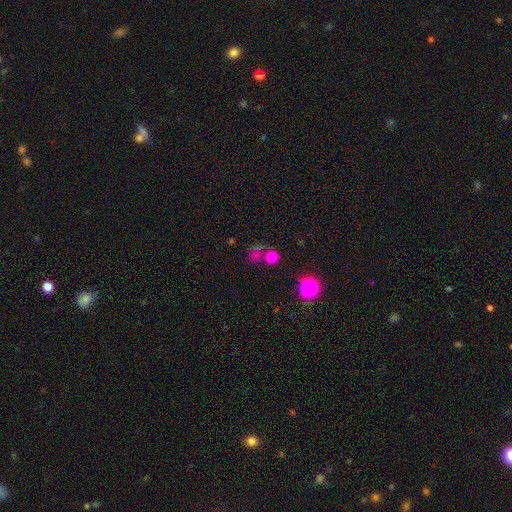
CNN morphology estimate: Smooth or featured: smooth — 64% (star or artifact — 27%)
How rounded: round — 81% (in between — 18%)
Merging: none — 51% (merger — 28%)